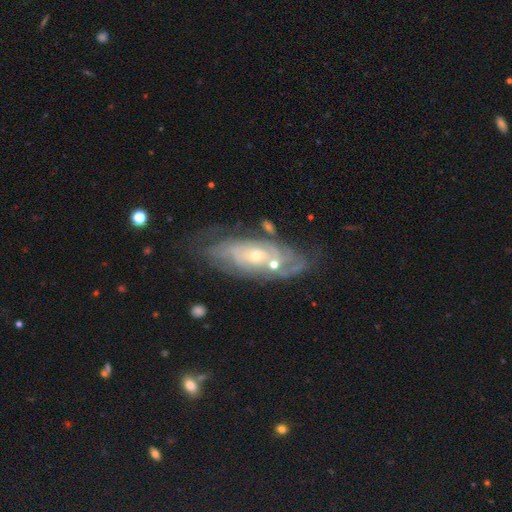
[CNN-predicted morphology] featured or disk 79%, smooth 13%, star or artifact 7%. Down the decision tree: edge-on disk — no (89%); bar — no (77%); spiral arms — yes (85%); spiral arm count — can't tell (55%); spiral winding — tight (71%); bulge size — small (64%); merging — none (64%).